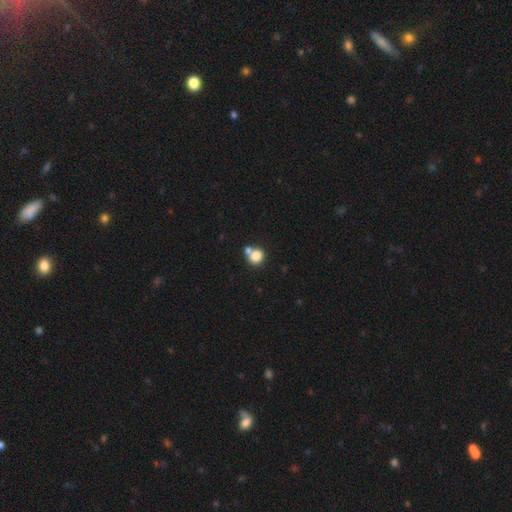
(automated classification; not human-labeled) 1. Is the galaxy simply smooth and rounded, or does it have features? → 81% smooth, 10% star or artifact, 8% featured or disk.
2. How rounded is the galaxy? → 80% round, 19% in between, 1% cigar-shaped.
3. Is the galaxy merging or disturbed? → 51% none, 37% merger, 9% minor disturbance, 4% major disturbance.